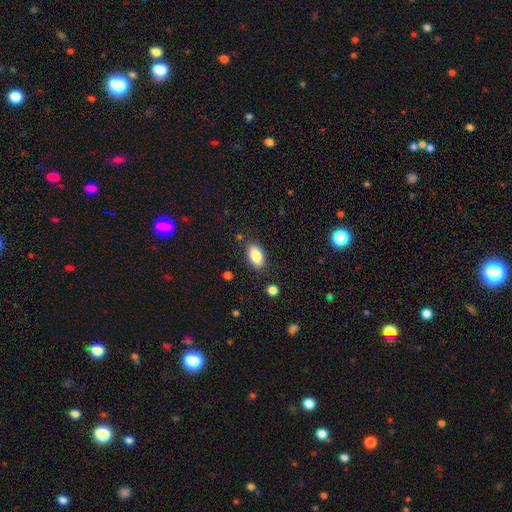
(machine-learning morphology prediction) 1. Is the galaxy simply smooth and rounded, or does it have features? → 86% smooth, 7% star or artifact, 7% featured or disk.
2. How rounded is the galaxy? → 93% in between, 5% round, 2% cigar-shaped.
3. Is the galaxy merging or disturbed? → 84% none, 11% minor disturbance, 3% major disturbance, 2% merger.